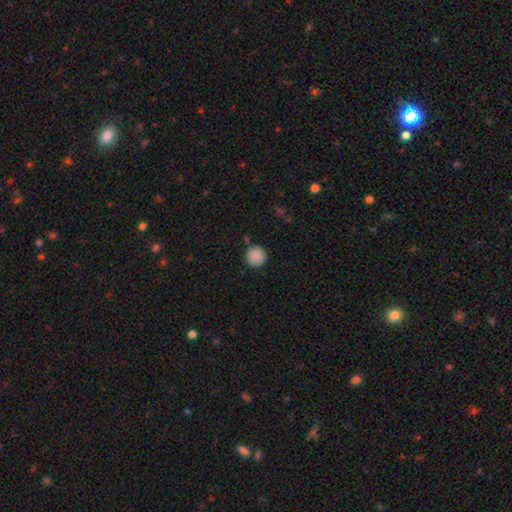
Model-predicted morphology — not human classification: This appears to be a smooth galaxy with no disk features (89%) that is round (95%). Merging: none (85%).